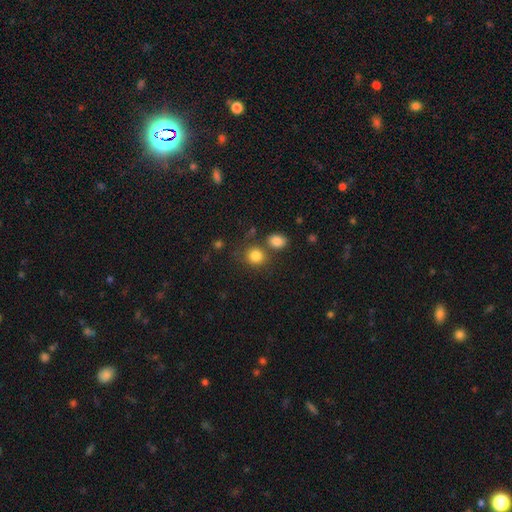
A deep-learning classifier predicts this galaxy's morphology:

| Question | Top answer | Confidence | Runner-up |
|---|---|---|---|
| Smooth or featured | smooth | 83% | star or artifact (11%) |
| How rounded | round | 79% | in between (20%) |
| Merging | none | 67% | merger (19%) |